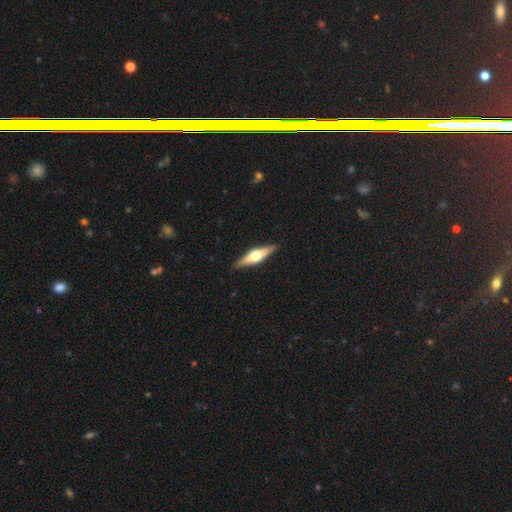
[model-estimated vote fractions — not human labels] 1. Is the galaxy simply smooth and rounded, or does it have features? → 66% featured or disk, 29% smooth, 5% star or artifact.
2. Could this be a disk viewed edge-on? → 96% yes, 4% no.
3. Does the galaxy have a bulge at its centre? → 95% rounded, 4% boxy, 2% none.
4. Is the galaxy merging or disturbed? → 90% none, 7% minor disturbance, 1% major disturbance, 1% merger.